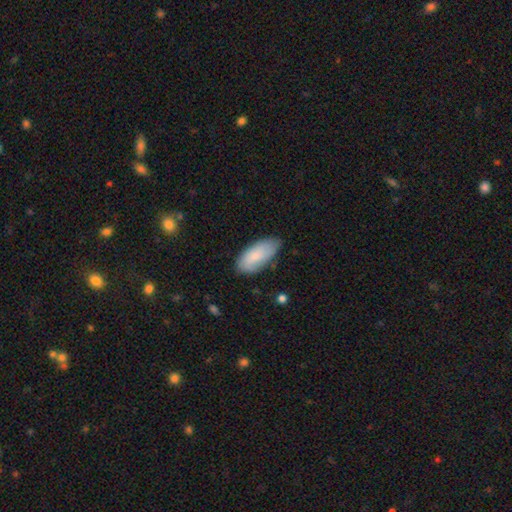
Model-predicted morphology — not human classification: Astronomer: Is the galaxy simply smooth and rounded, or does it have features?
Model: smooth — 79%.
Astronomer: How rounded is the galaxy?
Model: in between — 89%.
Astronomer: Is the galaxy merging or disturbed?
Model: none — 72%.